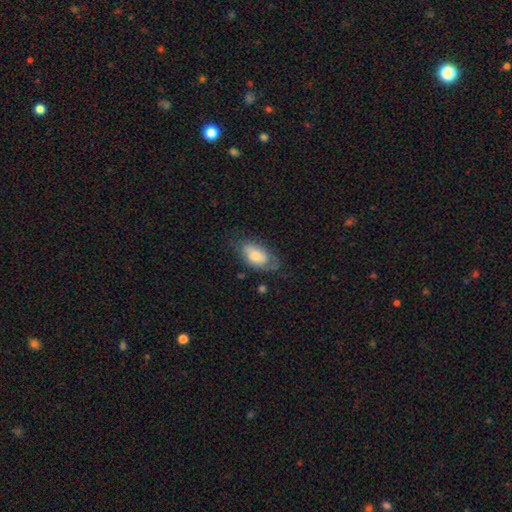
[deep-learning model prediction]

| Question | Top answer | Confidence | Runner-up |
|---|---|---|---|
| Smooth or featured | smooth | 58% | featured or disk (35%) |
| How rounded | in between | 91% | round (5%) |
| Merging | none | 56% | minor disturbance (29%) |